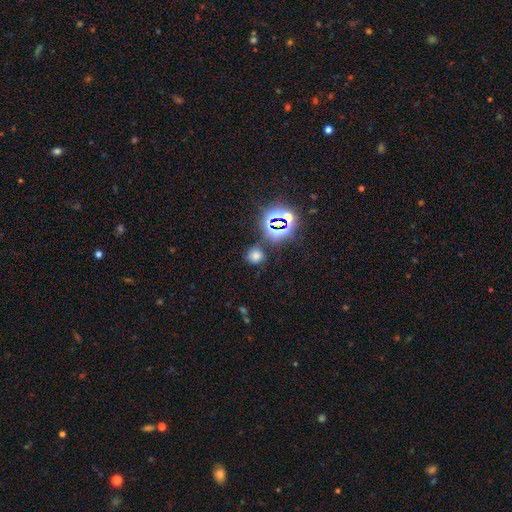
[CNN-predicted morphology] This appears to be a smooth galaxy with no disk features (63%) that is round (85%). Merging: none (79%).